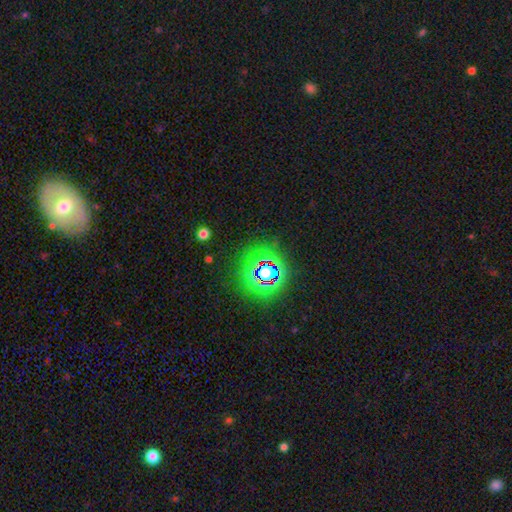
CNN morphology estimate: smooth-or-featured: star or artifact: 62% | smooth: 23% | featured or disk: 15%